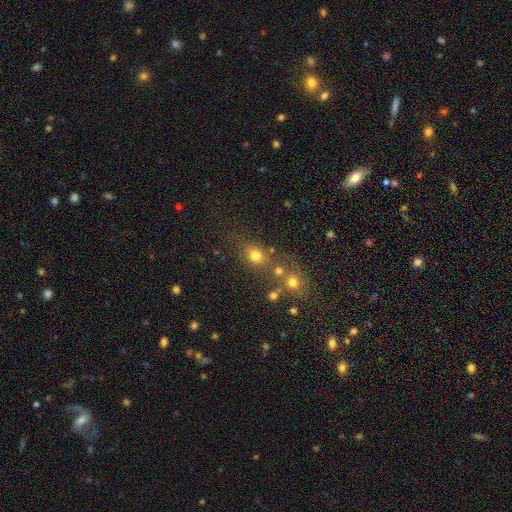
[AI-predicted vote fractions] Smooth or featured: smooth — 73% (star or artifact — 17%)
How rounded: round — 65% (in between — 33%)
Merging: none — 60% (merger — 22%)